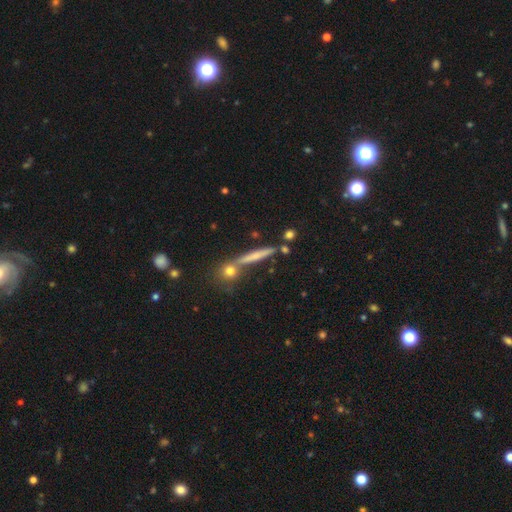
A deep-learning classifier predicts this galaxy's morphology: smooth 53%, featured or disk 38%, star or artifact 9%. Down the decision tree: how rounded — cigar-shaped (88%); merging — none (73%).